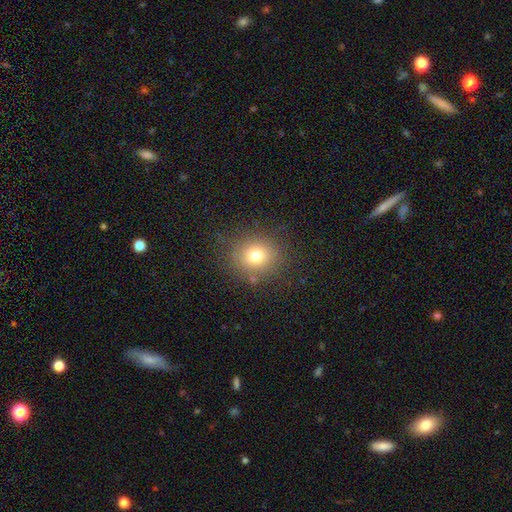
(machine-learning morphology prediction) Smooth or featured? smooth (75%)
How rounded? round (80%)
Merging? none (82%)